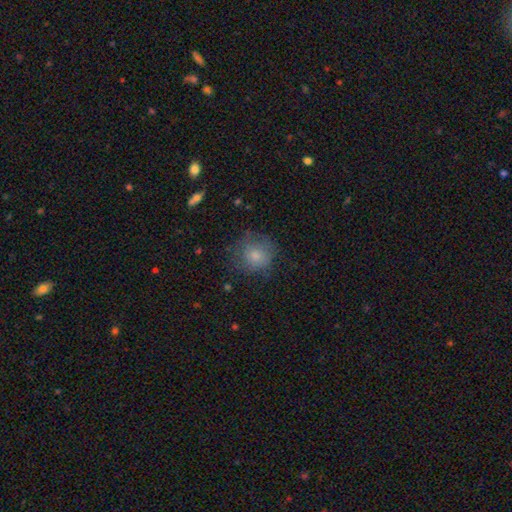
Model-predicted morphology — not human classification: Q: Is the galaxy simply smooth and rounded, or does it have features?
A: smooth — 76%.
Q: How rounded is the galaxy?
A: round — 88%.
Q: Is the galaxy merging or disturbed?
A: none — 65%.